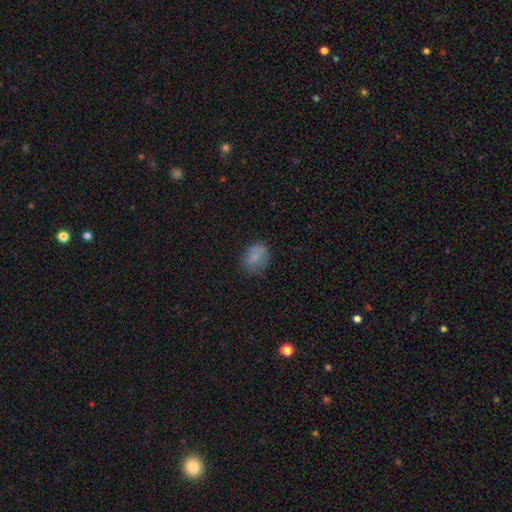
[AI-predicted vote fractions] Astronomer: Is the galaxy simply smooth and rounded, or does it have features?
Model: smooth — 75%.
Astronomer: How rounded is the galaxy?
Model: in between — 51% (runner-up: round, 48%).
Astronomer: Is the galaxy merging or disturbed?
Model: none — 63%.